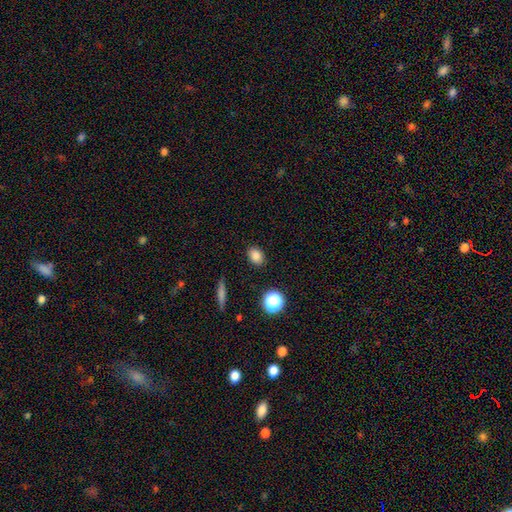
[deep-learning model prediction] Q: Smooth or featured?
A: smooth (83%); runner-up: star or artifact (11%)
Q: How rounded?
A: in between (63%); runner-up: round (35%)
Q: Merging?
A: none (88%); runner-up: minor disturbance (8%)